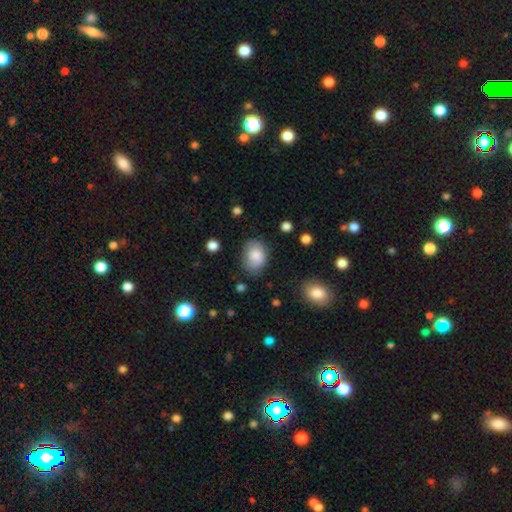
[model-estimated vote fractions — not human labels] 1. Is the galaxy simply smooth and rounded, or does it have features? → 83% smooth, 9% featured or disk, 7% star or artifact.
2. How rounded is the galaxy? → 76% in between, 23% round, 1% cigar-shaped.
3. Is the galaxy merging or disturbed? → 69% none, 22% minor disturbance, 6% major disturbance, 2% merger.